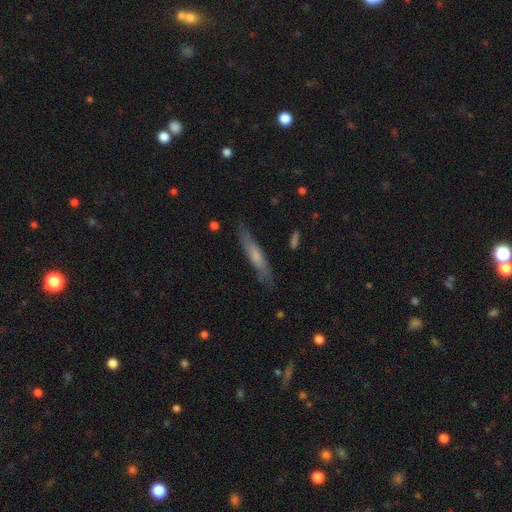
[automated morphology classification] type=smooth (56%); roundness=cigar-shaped (89%); merging=none (79%).